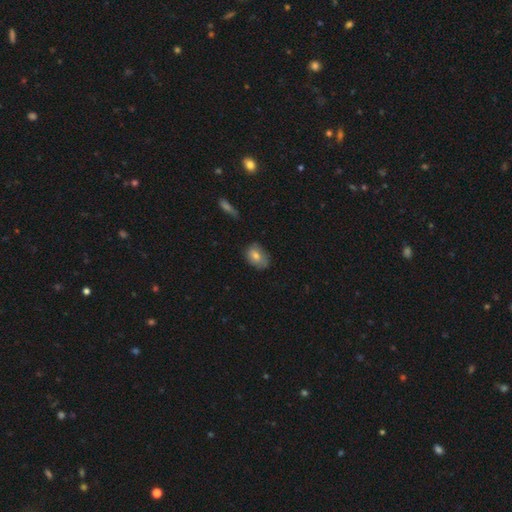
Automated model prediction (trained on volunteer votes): Overall: smooth (74%). How rounded: in between (72%). Merging: none (66%; minor disturbance 27%).